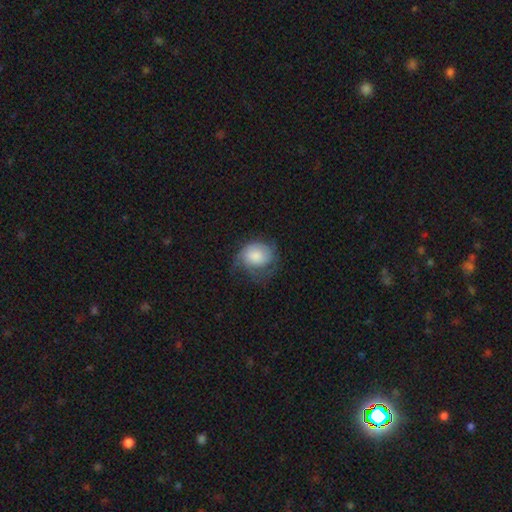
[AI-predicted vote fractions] smooth_or_featured: smooth (p=0.48) [alt: featured or disk p=0.44]
merging: none (p=0.44) [alt: minor disturbance p=0.28]